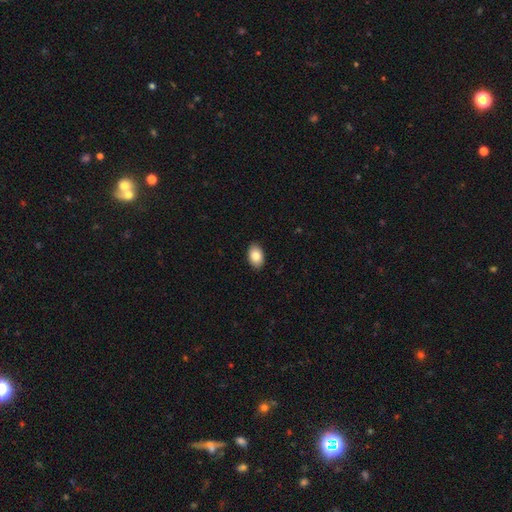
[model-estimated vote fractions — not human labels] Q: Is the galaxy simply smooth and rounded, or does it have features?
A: smooth — 85%.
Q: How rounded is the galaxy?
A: in between — 88%.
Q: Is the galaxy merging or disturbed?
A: none — 90%.